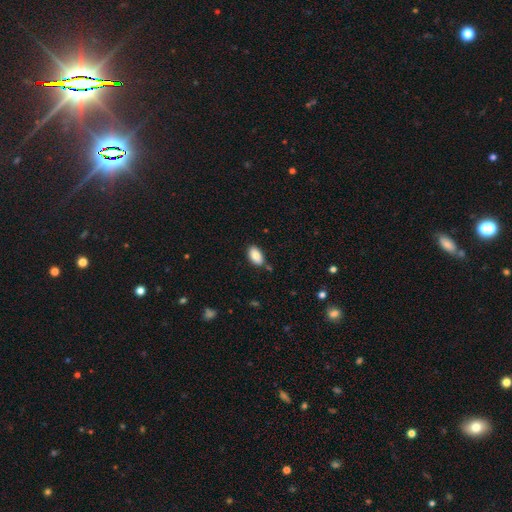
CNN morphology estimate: smooth 87%, star or artifact 7%, featured or disk 6%. Down the decision tree: how rounded — in between (94%); merging — none (79%).